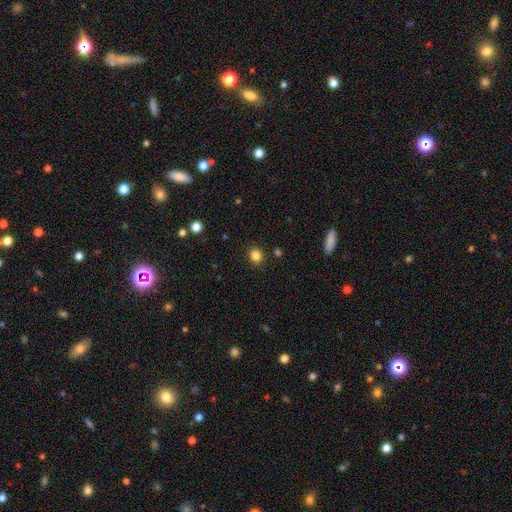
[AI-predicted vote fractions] Smooth or featured? smooth (84%)
How rounded? round (74%)
Merging? none (90%)